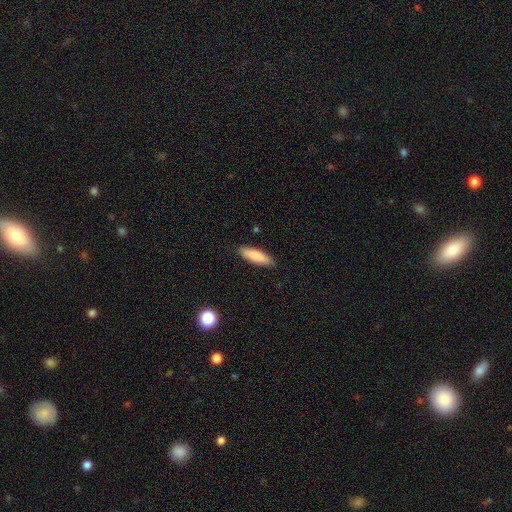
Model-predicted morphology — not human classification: Smooth or featured? Predicted: smooth (p=0.84). How rounded? Predicted: cigar-shaped (p=0.51). Merging? Predicted: none (p=0.87).